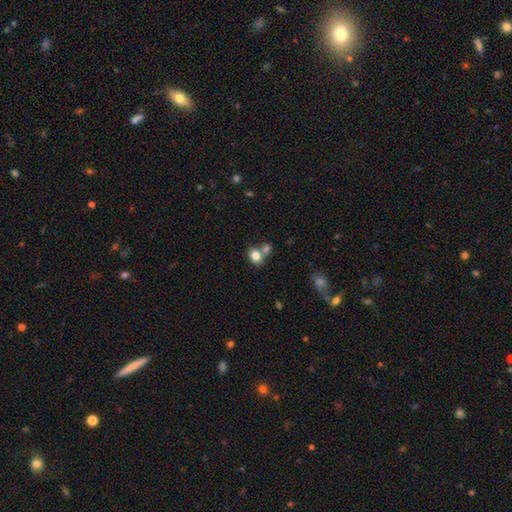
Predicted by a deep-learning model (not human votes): Morphology: type=smooth (81%); roundness=in between (51%); merging=none (50%).